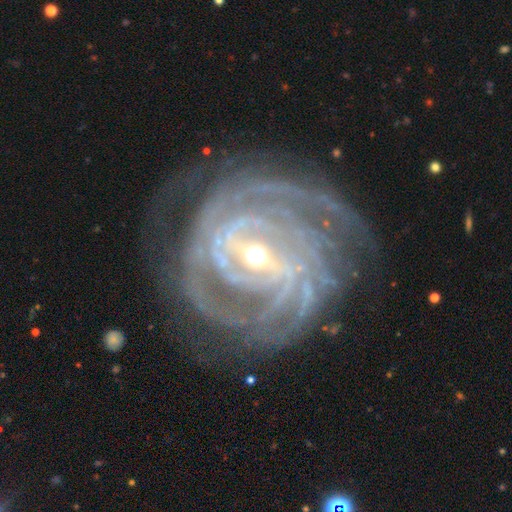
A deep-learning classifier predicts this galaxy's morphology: smooth_or_featured: featured or disk (p=0.92) [alt: star or artifact p=0.05]
disk_edge_on: no (p=0.96) [alt: yes p=0.04]
bar: strong (p=0.59) [alt: weak p=0.32]
has_spiral_arms: yes (p=0.98) [alt: no p=0.02]
spiral_winding: tight (p=0.82) [alt: medium p=0.16]
spiral_arm_count: 4 (p=0.26) [alt: can't tell p=0.21]
bulge_size: moderate (p=0.49) [alt: small p=0.47]
merging: none (p=0.76) [alt: minor disturbance p=0.15]